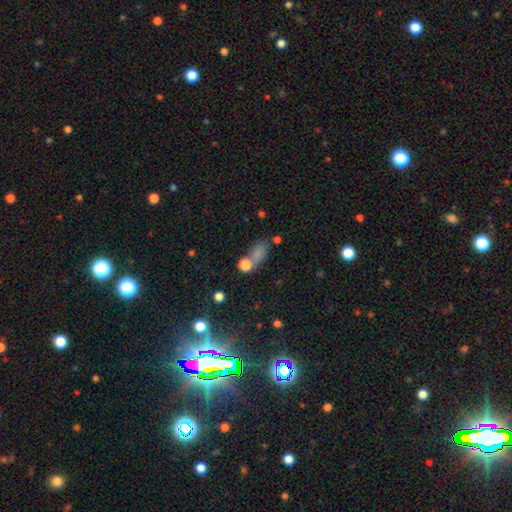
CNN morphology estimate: Smooth or featured? Predicted: smooth (p=0.66). How rounded? Predicted: in between (p=0.75). Merging? Predicted: none (p=0.61).